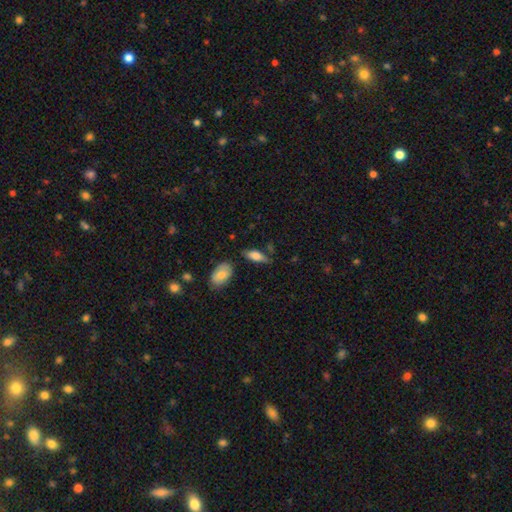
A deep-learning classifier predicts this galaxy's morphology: This appears to be a smooth galaxy with no disk features (76%) that is in between round and cigar-shaped (78%). Merging: none (67%).